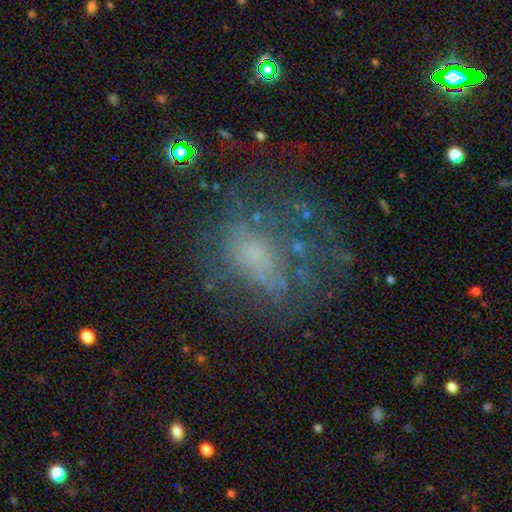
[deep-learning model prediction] Q: Smooth or featured?
A: featured or disk (50%); runner-up: smooth (32%)
Q: Merging?
A: none (47%); runner-up: major disturbance (30%)